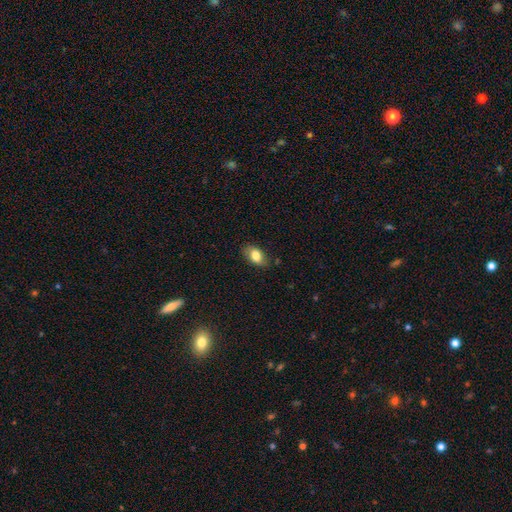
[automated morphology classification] A smooth galaxy with no disk features (79%) that is in between round and cigar-shaped (89%). Merging: none (78%).